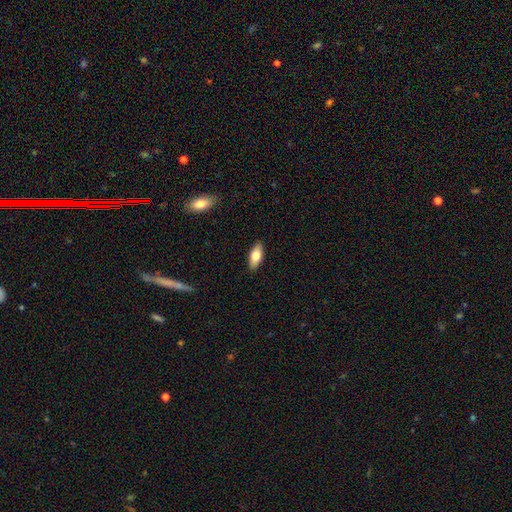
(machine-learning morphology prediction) Smooth or featured?
  - smooth: 75% *
  - featured or disk: 19%
  - star or artifact: 6%
How rounded?
  - in between: 81% *
  - cigar-shaped: 17%
  - round: 2%
Merging?
  - none: 89% *
  - minor disturbance: 8%
  - major disturbance: 2%
  - merger: 1%